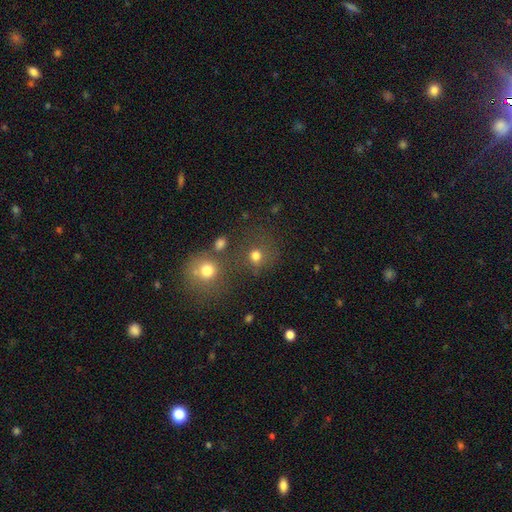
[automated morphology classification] This appears to be a smooth galaxy with no disk features (73%) that is round (83%). Merging: none (60%).